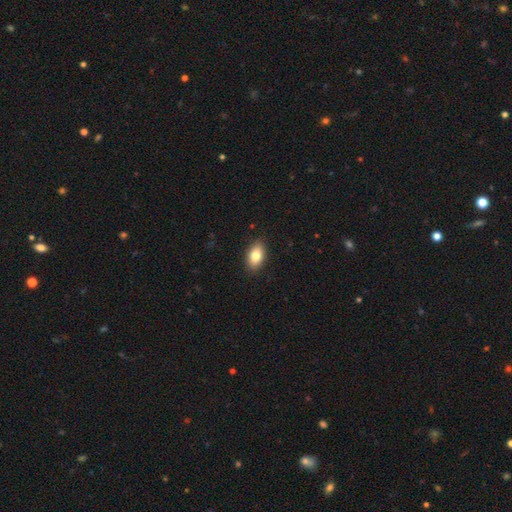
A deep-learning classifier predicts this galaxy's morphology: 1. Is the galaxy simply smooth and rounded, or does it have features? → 82% smooth, 11% featured or disk, 8% star or artifact.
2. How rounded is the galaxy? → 90% in between, 6% round, 3% cigar-shaped.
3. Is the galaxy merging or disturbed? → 89% none, 8% minor disturbance, 2% major disturbance, 1% merger.